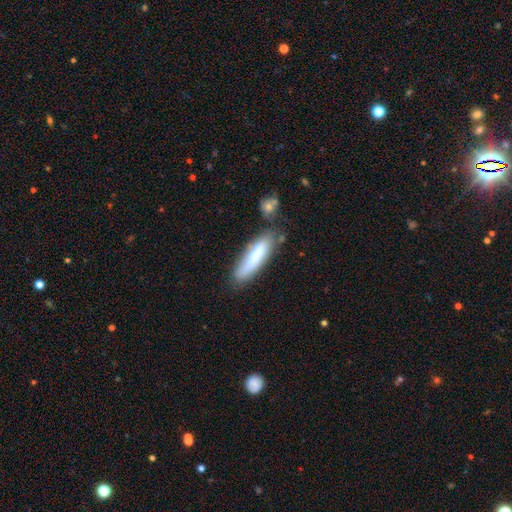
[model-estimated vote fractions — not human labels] This appears to be a smooth galaxy with no disk features (75%) that is cigar-shaped (74%). Merging: none (62%).